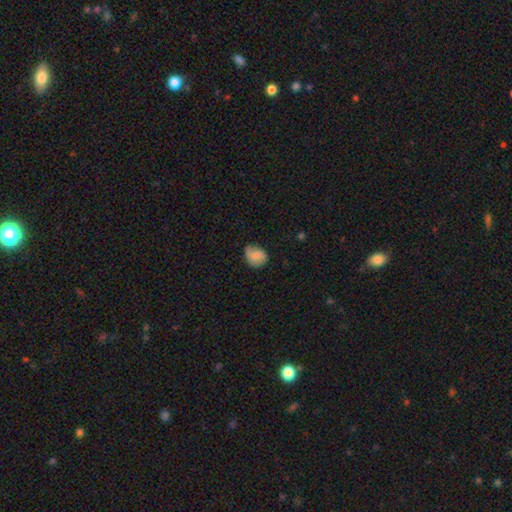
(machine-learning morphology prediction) smooth-or-featured: smooth: 75% | featured or disk: 18% | star or artifact: 8%
  how-rounded: round: 59% | in between: 40% | cigar-shaped: 1%
  merging: none: 59% | minor disturbance: 32% | major disturbance: 7% | merger: 1%